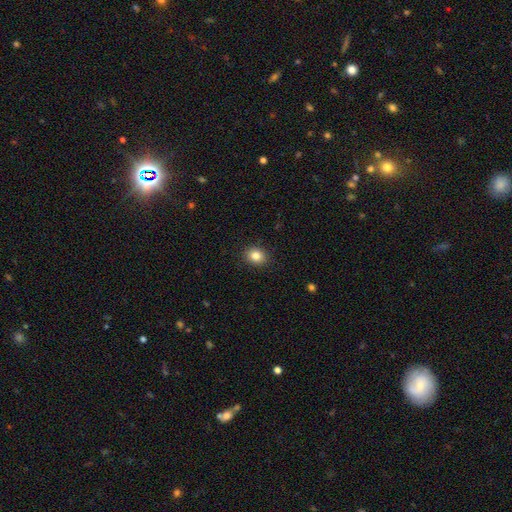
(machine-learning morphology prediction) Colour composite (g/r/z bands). It shows a smooth galaxy with no disk features (85%) that is round (55%). Merging: none (90%).